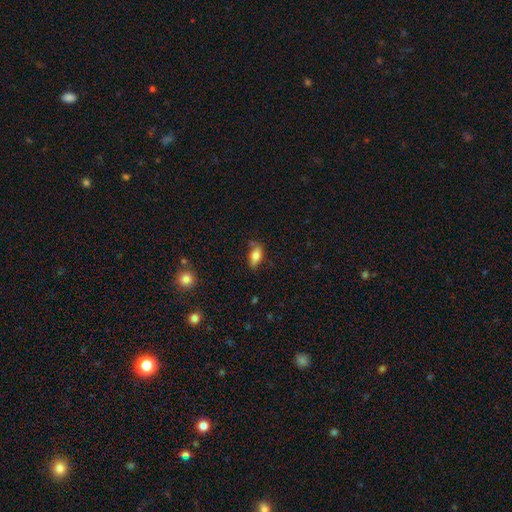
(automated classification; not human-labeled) Smooth or featured?
  - smooth: 73% *
  - featured or disk: 19%
  - star or artifact: 8%
How rounded?
  - in between: 82% *
  - cigar-shaped: 14%
  - round: 4%
Merging?
  - none: 72% *
  - minor disturbance: 20%
  - major disturbance: 4%
  - merger: 3%